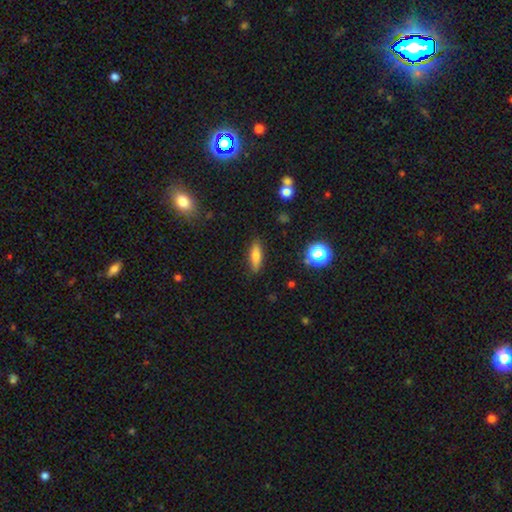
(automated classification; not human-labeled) Smooth or featured? smooth (71%)
How rounded? cigar-shaped (54%)
Merging? none (86%)